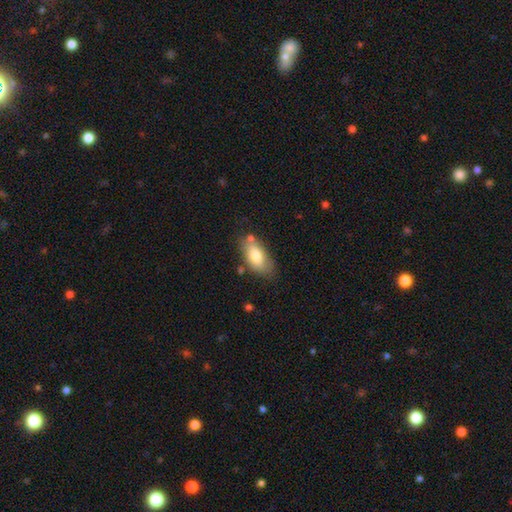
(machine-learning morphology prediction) Overall: smooth (78%). How rounded: in between (90%). Merging: none (69%).